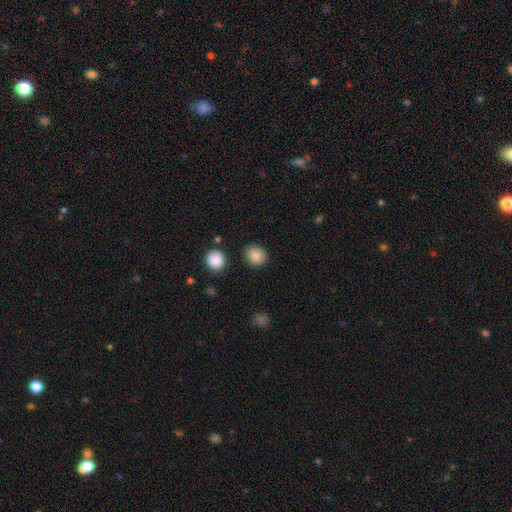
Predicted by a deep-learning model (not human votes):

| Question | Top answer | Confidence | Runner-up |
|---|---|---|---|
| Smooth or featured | smooth | 87% | star or artifact (9%) |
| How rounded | round | 83% | in between (16%) |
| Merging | none | 86% | minor disturbance (8%) |